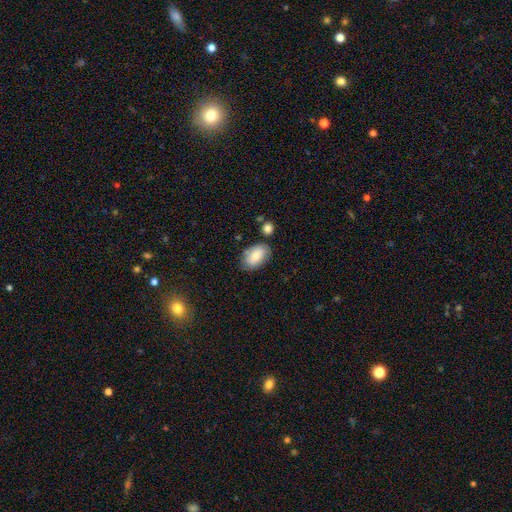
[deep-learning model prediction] Overall: smooth (79%). How rounded: in between (92%). Merging: none (71%).